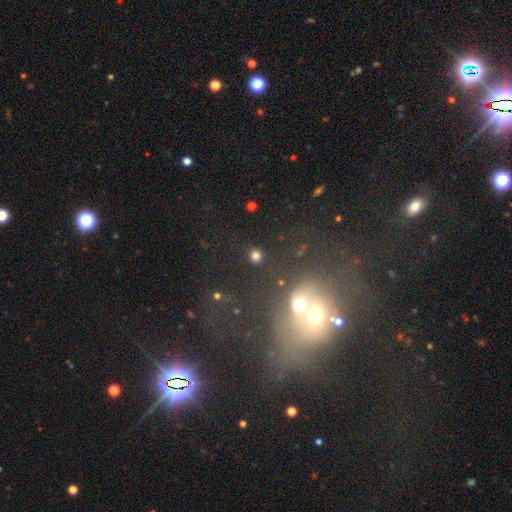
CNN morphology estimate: The model was most divided on "smooth or featured": smooth: 78%, star or artifact: 17%, featured or disk: 6%. More confident: merging — none (87%); how rounded — round (85%).